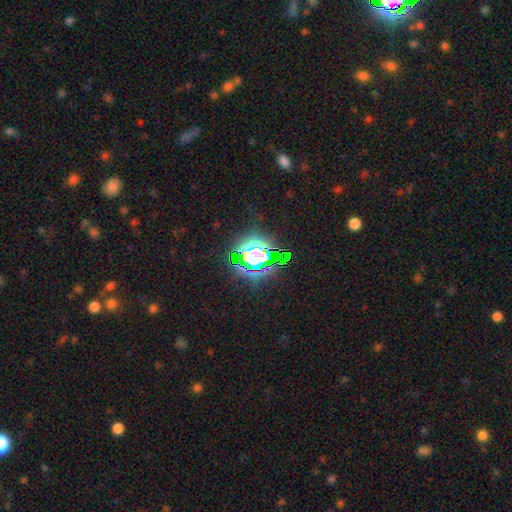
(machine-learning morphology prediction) Smooth or featured? Predicted: star or artifact (p=0.70).